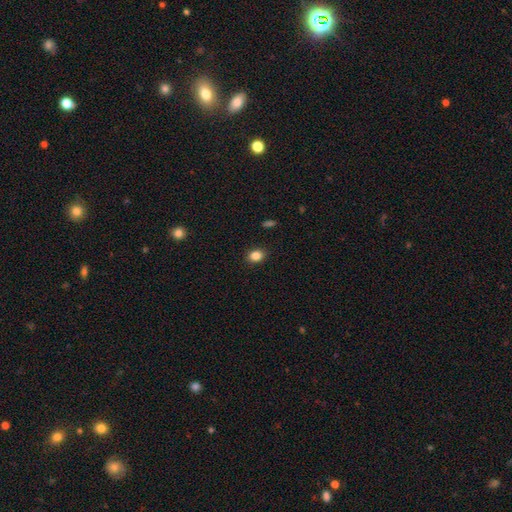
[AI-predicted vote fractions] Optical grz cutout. It shows a smooth galaxy with no disk features (85%) that is in between round and cigar-shaped (59%). Merging: none (88%).